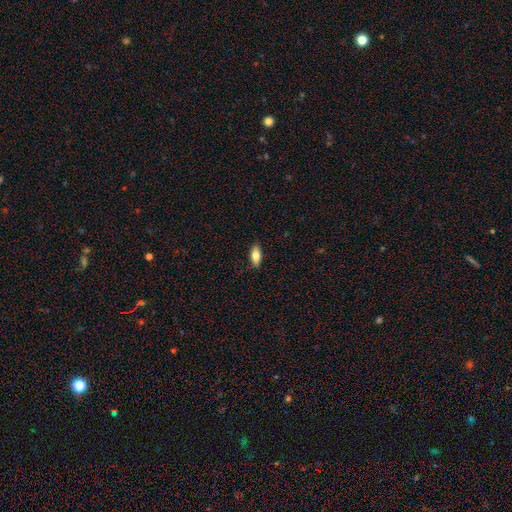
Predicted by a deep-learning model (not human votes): Smooth or featured: smooth — 78% (featured or disk — 15%)
How rounded: in between — 85% (cigar-shaped — 12%)
Merging: none — 88% (minor disturbance — 9%)